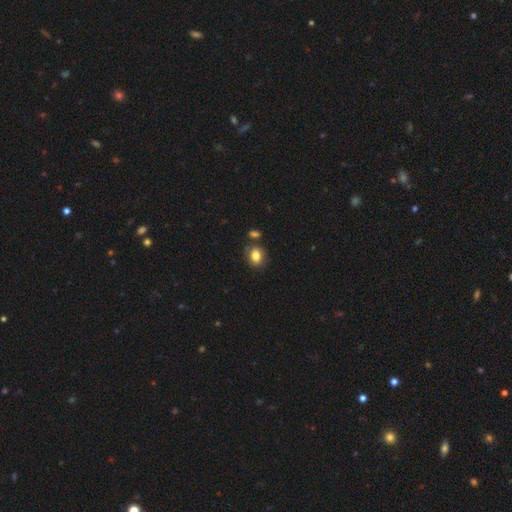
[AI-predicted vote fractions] This is clearly a smooth galaxy (82%). How rounded: possibly in between (51%). Merging: likely none (74%).